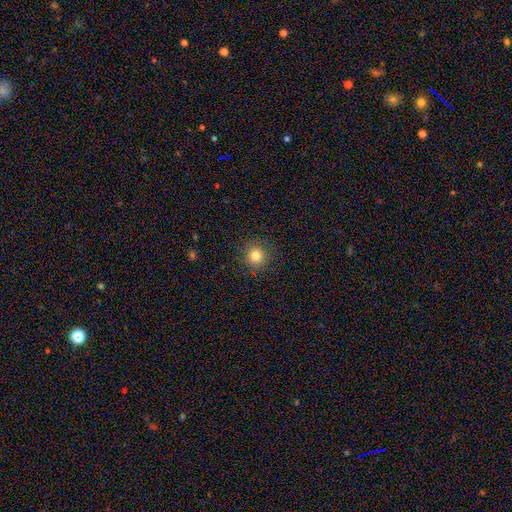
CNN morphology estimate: smooth-or-featured: smooth: 81% | star or artifact: 13% | featured or disk: 6%
  how-rounded: round: 94% | in between: 5% | cigar-shaped: 1%
  merging: none: 90% | minor disturbance: 7% | major disturbance: 2% | merger: 1%